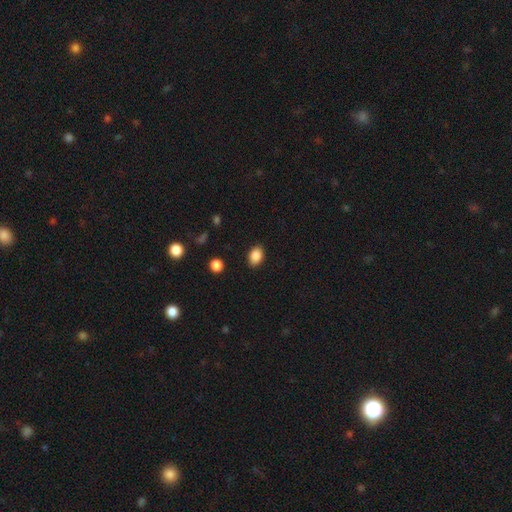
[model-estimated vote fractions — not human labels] Morphology: type=smooth (87%); roundness=in between (78%); merging=none (87%).